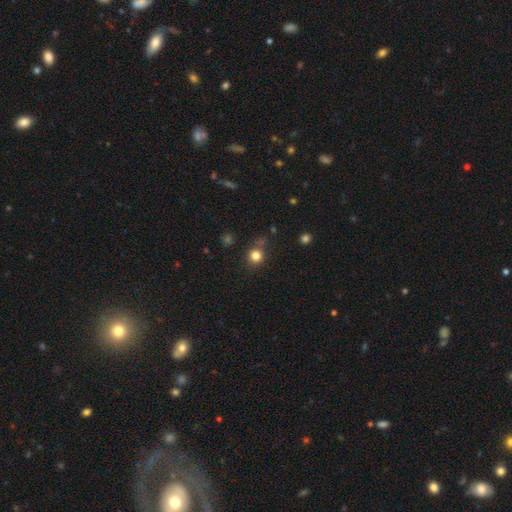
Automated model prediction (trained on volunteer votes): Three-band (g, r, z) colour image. It shows a smooth galaxy with no disk features (81%) that is round (90%). Merging: none (79%).